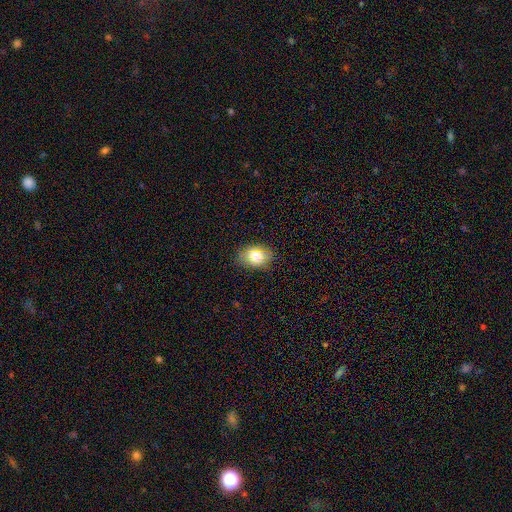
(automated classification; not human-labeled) This appears to be a smooth galaxy with no disk features (76%) that is in between round and cigar-shaped (77%). Merging: none (80%).